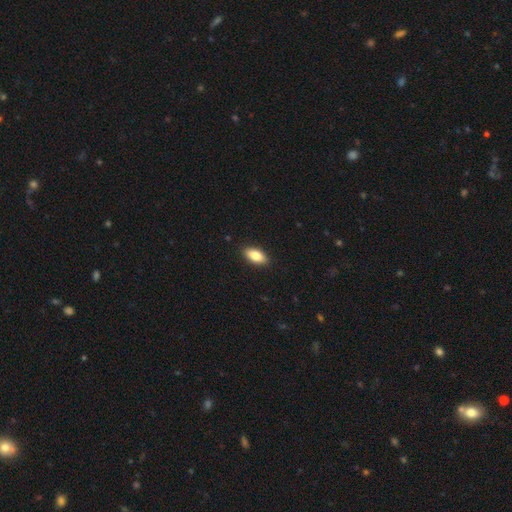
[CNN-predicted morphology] The model was most divided on "smooth or featured": smooth: 82%, featured or disk: 11%, star or artifact: 7%. More confident: how rounded — in between (89%); merging — none (89%).